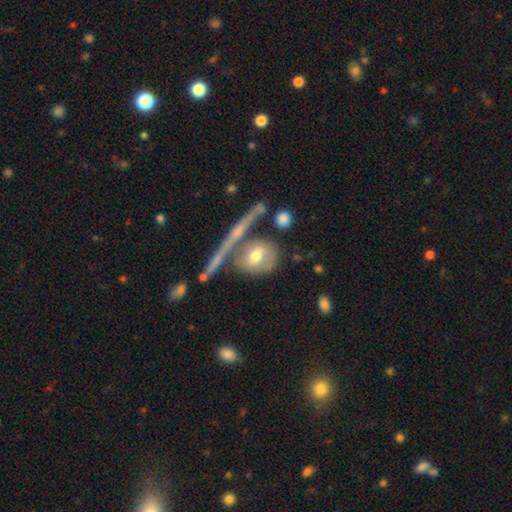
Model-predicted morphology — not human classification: A smooth galaxy with no disk features (55%) that is round (60%). Merging: none (54%).